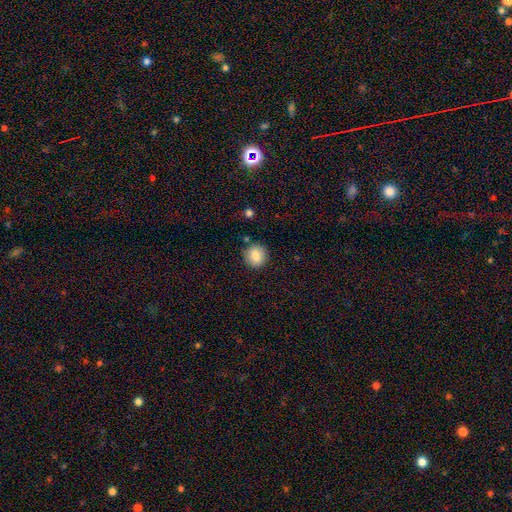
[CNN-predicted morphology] This appears to be a smooth galaxy with no disk features (85%) that is round (90%). Merging: none (86%).